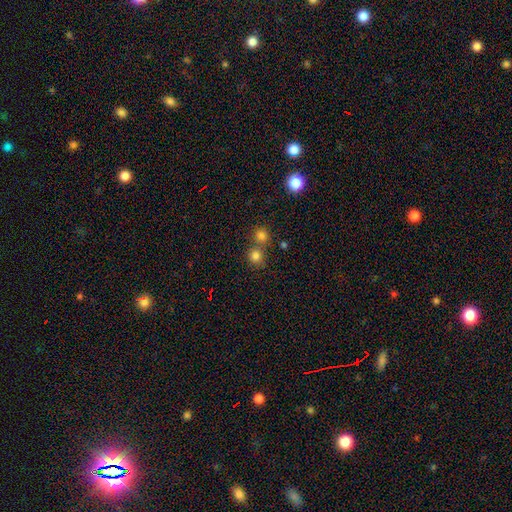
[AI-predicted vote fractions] The model was most divided on "merging": none: 58%, merger: 33%, minor disturbance: 7%, major disturbance: 3%. More confident: how rounded — round (89%); smooth or featured — smooth (78%).